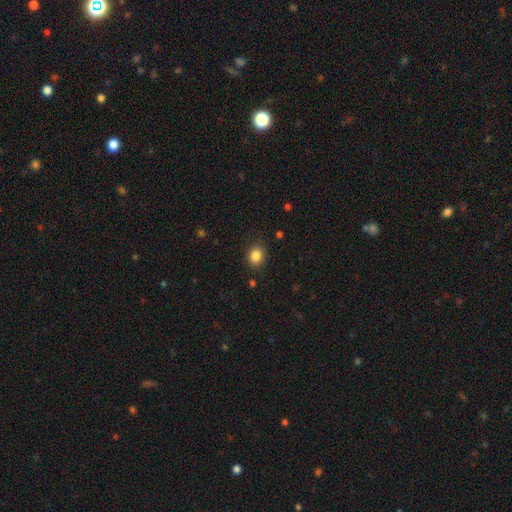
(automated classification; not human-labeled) Morphology: type=smooth (85%); roundness=round (59%); merging=none (86%).